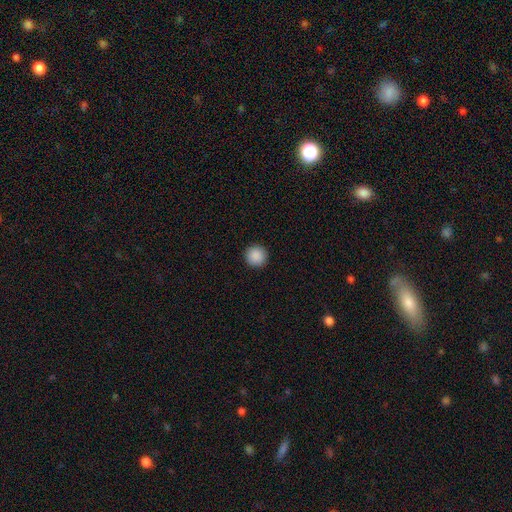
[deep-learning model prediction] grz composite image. It shows a smooth galaxy with no disk features (89%) that is round (96%). Merging: none (93%).